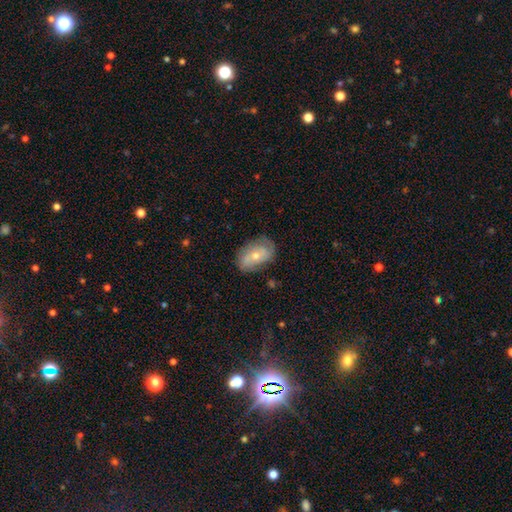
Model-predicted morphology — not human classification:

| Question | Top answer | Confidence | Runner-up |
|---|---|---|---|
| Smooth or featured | smooth | 53% | featured or disk (40%) |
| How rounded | in between | 85% | round (13%) |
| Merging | none | 67% | minor disturbance (23%) |